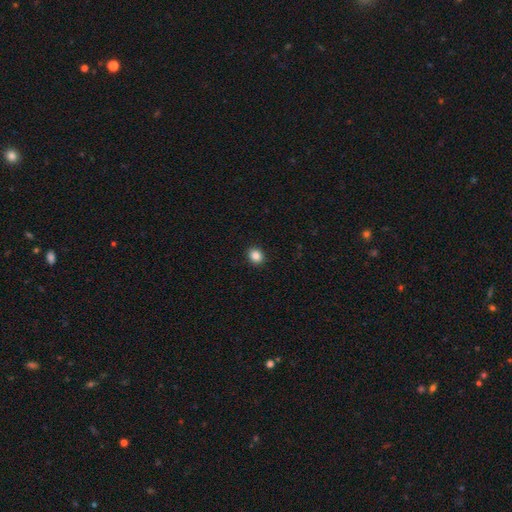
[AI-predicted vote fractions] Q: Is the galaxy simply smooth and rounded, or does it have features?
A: smooth — 86%.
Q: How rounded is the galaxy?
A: round — 68%.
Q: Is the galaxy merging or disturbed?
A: none — 92%.